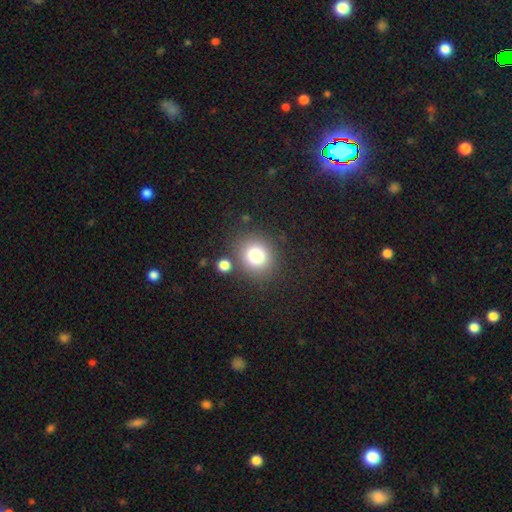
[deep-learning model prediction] This is likely a smooth galaxy (78%). How rounded: clearly round (84%). Merging: clearly none (81%).